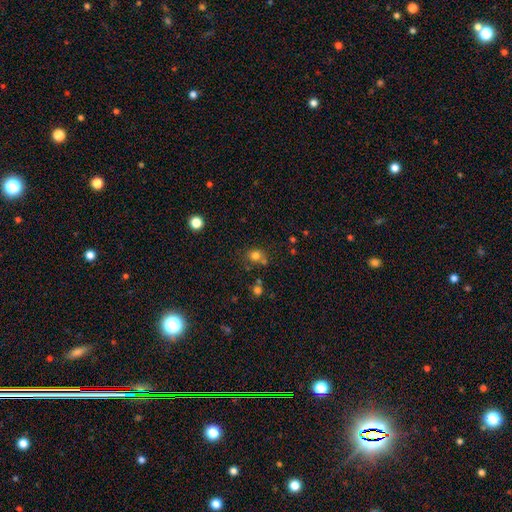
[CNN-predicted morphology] The model was most divided on "merging": none: 65%, merger: 17%, minor disturbance: 13%, major disturbance: 5%. More confident: smooth or featured — smooth (76%); how rounded — round (74%).